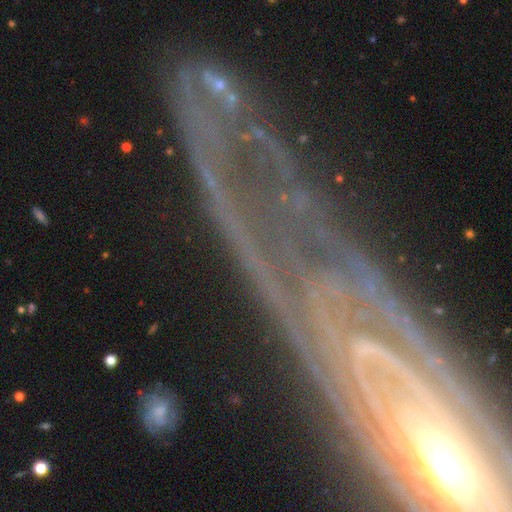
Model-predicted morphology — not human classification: smooth_or_featured: featured or disk (p=0.44) [alt: star or artifact p=0.41]
merging: none (p=0.73) [alt: minor disturbance p=0.12]